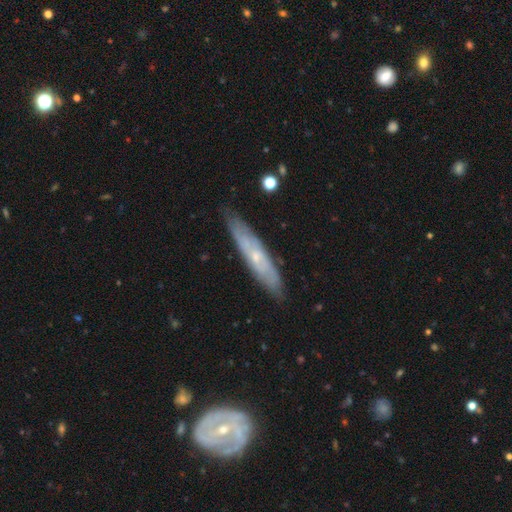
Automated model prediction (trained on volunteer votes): Smooth or featured? featured or disk (63%)
Edge-on disk? yes (53%)
Merging? none (83%)